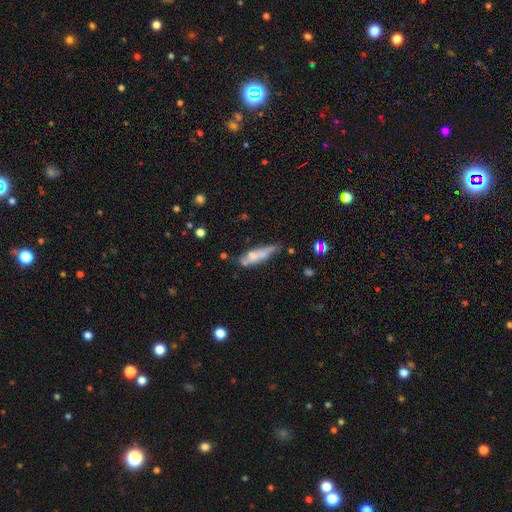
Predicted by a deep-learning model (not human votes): Q: Smooth or featured?
A: smooth (59%); runner-up: featured or disk (33%)
Q: How rounded?
A: cigar-shaped (68%); runner-up: in between (30%)
Q: Merging?
A: none (49%); runner-up: minor disturbance (30%)